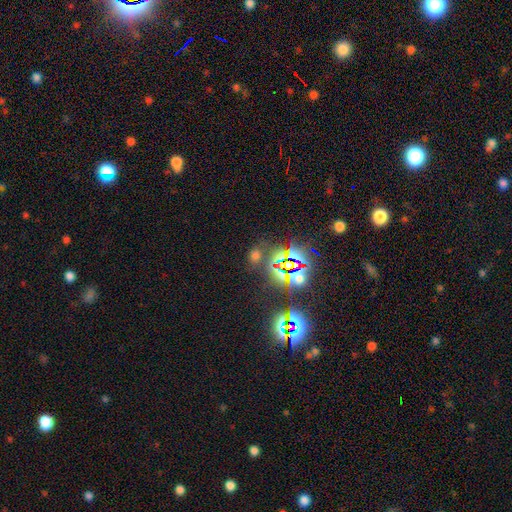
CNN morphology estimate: This appears to be a star or artifact, not a galaxy (57%).